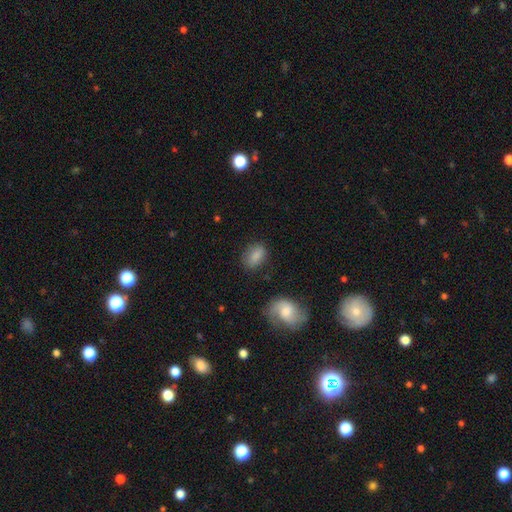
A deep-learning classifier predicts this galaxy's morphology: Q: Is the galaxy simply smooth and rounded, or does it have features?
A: smooth — 82%.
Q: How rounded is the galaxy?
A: in between — 85%.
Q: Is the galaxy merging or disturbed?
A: none — 73%.